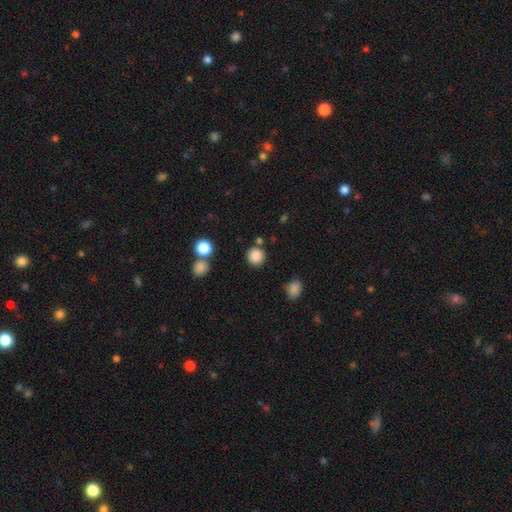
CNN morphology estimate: Smooth or featured: smooth — 86% (star or artifact — 11%)
How rounded: round — 93% (in between — 6%)
Merging: none — 83% (minor disturbance — 9%)